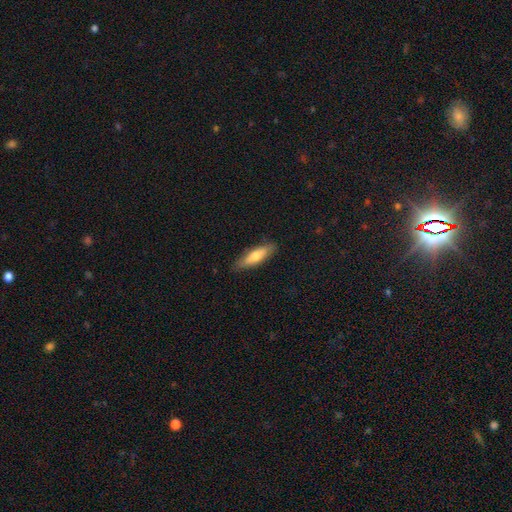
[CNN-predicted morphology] This is likely a smooth galaxy (67%). How rounded: likely cigar-shaped (61%). Merging: clearly none (85%).